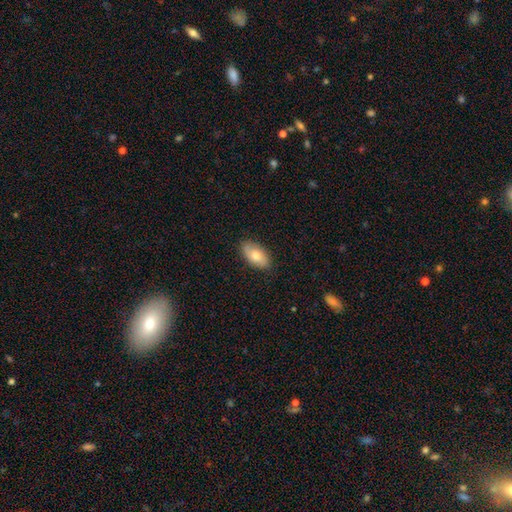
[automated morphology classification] The model was most divided on "smooth or featured": smooth: 76%, featured or disk: 18%, star or artifact: 6%. More confident: how rounded — in between (94%); merging — none (84%).